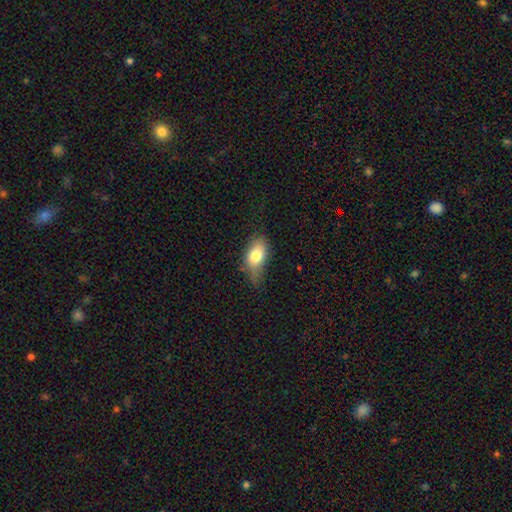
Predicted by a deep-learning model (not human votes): A smooth galaxy with no disk features (77%) that is in between round and cigar-shaped (86%).

Vote fractions:
- Smooth or featured? smooth: 77% / featured or disk: 15% / star or artifact: 8%
- How rounded? in between: 86% / round: 10% / cigar-shaped: 4%
- Merging? none: 43% / minor disturbance: 40% / major disturbance: 14% / merger: 3%